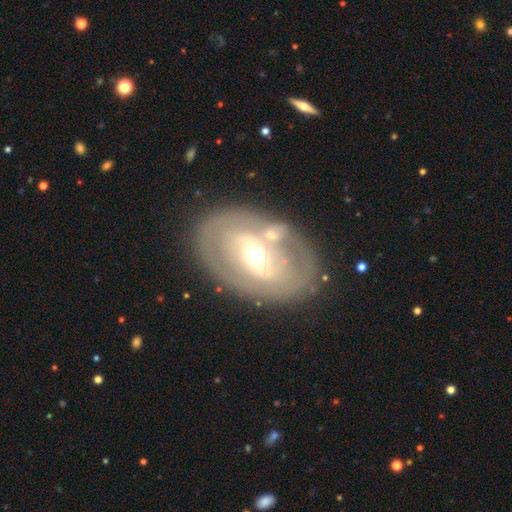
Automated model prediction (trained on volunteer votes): Smooth or featured?
  - featured or disk: 70% *
  - smooth: 24%
  - star or artifact: 6%
Edge-on disk?
  - no: 92% *
  - yes: 8%
Bar?
  - no: 38% *
  - weak: 35%
  - strong: 27%
Spiral arms?
  - no: 63% *
  - yes: 37%
Bulge size?
  - moderate: 64% *
  - small: 26%
  - large: 7%
  - dominant: 1%
  - none: 1%
Merging?
  - none: 71% *
  - minor disturbance: 14%
  - merger: 8%
  - major disturbance: 7%